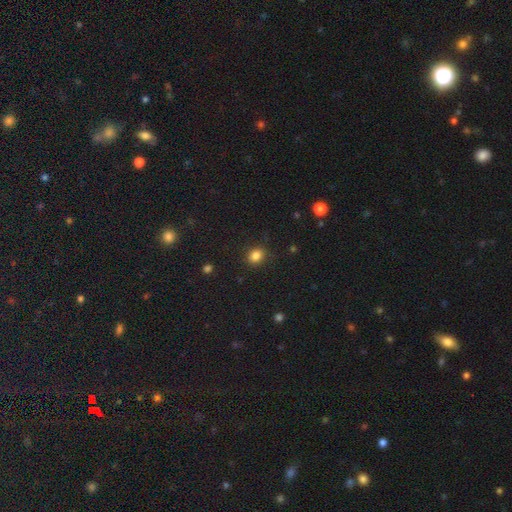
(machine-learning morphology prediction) Smooth or featured: smooth — 84% (star or artifact — 12%)
How rounded: round — 65% (in between — 34%)
Merging: none — 85% (minor disturbance — 11%)